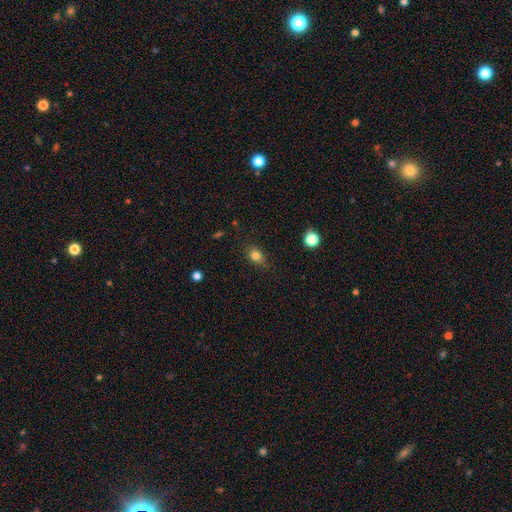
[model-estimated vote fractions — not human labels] A smooth galaxy with no disk features (80%) that is in between round and cigar-shaped (51%).

Vote fractions:
- Smooth or featured? smooth: 80% / star or artifact: 13% / featured or disk: 7%
- How rounded? in between: 51% / round: 47% / cigar-shaped: 2%
- Merging? none: 75% / minor disturbance: 19% / major disturbance: 4% / merger: 1%